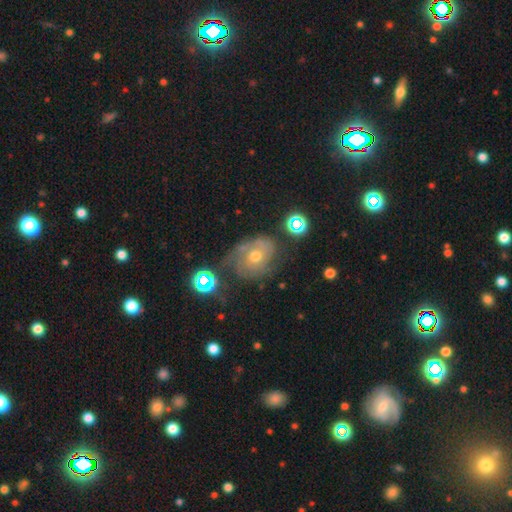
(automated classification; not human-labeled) Smooth or featured: featured or disk — 65% (smooth — 21%)
Edge-on disk: no — 96% (yes — 4%)
Bar: no — 80% (weak — 17%)
Spiral arms: yes — 84% (no — 16%)
Spiral winding: tight — 55% (medium — 33%)
Spiral arm count: can't tell — 40% (2 — 32%)
Bulge size: moderate — 63% (small — 31%)
Merging: none — 53% (minor disturbance — 25%)